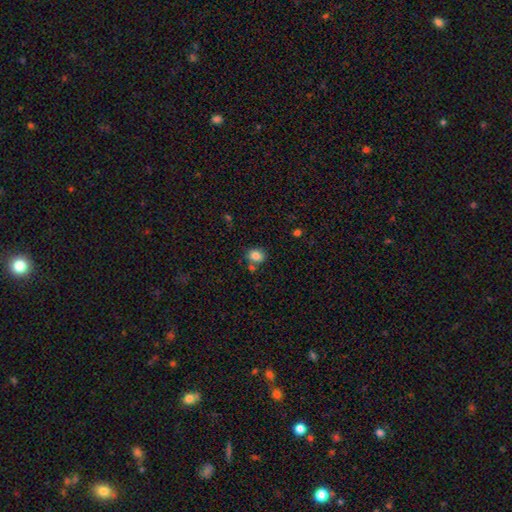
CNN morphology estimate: The model was most divided on "how rounded": round: 54%, in between: 45%, cigar-shaped: 1%. More confident: smooth or featured — smooth (83%); merging — none (67%).